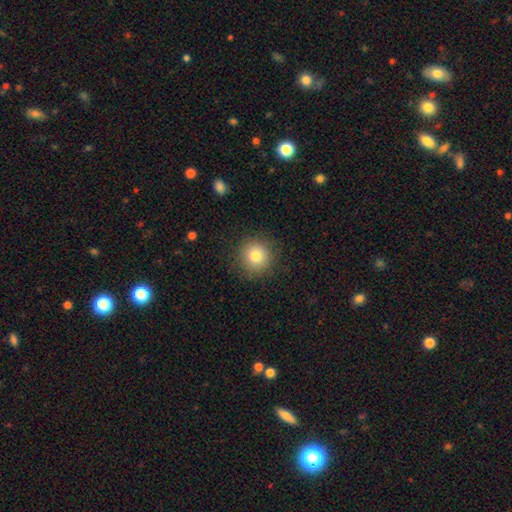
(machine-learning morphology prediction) smooth-or-featured: smooth: 81% | star or artifact: 11% | featured or disk: 8%
  how-rounded: round: 93% | in between: 6% | cigar-shaped: 1%
  merging: none: 88% | minor disturbance: 8% | major disturbance: 3% | merger: 1%